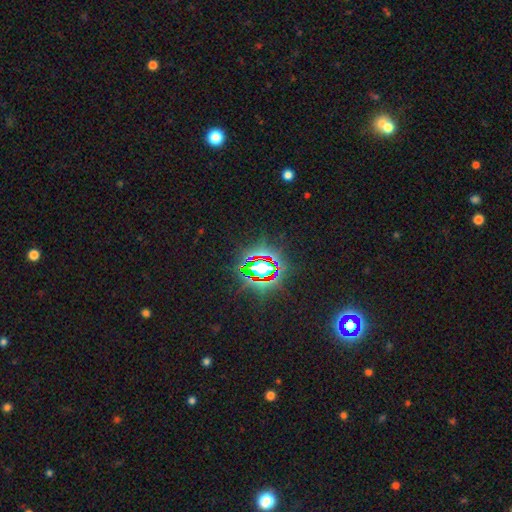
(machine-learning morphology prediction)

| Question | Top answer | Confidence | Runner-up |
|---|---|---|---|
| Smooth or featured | star or artifact | 81% | smooth (12%) |